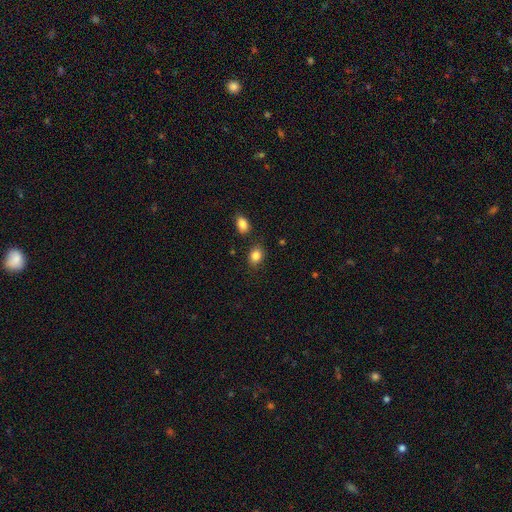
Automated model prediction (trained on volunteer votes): Smooth or featured: smooth — 85% (star or artifact — 10%)
How rounded: in between — 60% (round — 39%)
Merging: none — 80% (minor disturbance — 12%)